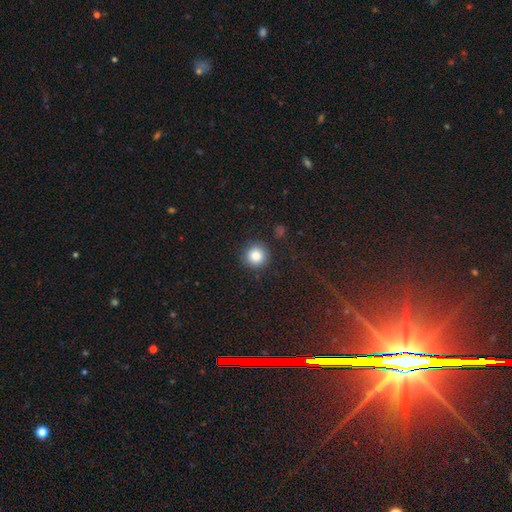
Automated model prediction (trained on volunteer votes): Smooth or featured? smooth (85%)
How rounded? round (95%)
Merging? none (89%)